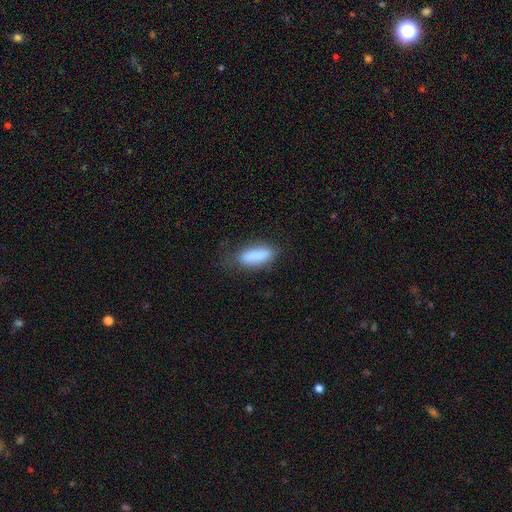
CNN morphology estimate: This appears to be a smooth galaxy with no disk features (85%) that is in between round and cigar-shaped (58%). Merging: none (72%).